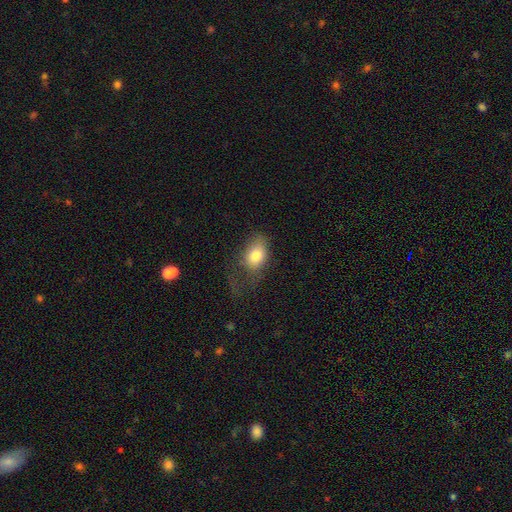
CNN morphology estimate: A smooth galaxy with no disk features (79%) that is in between round and cigar-shaped (83%). Merging: major disturbance (35%, tied with none).